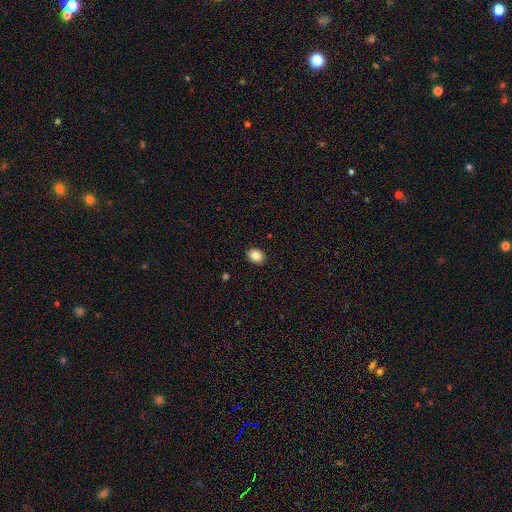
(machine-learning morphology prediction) A smooth galaxy with no disk features (87%) that is in between round and cigar-shaped (71%). Merging: none (90%).